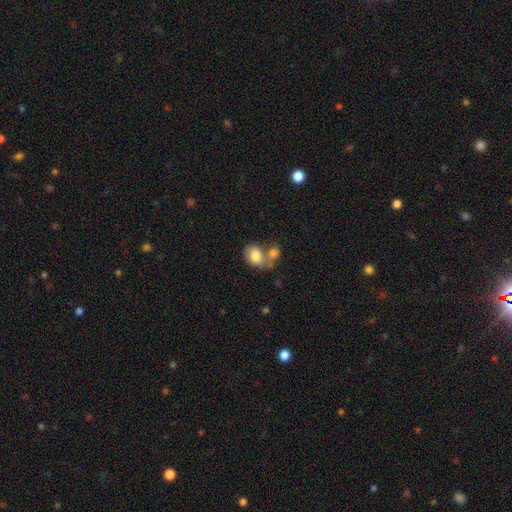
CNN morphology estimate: A smooth galaxy with no disk features (78%) that is in between round and cigar-shaped (73%). Merging: merger (54%).